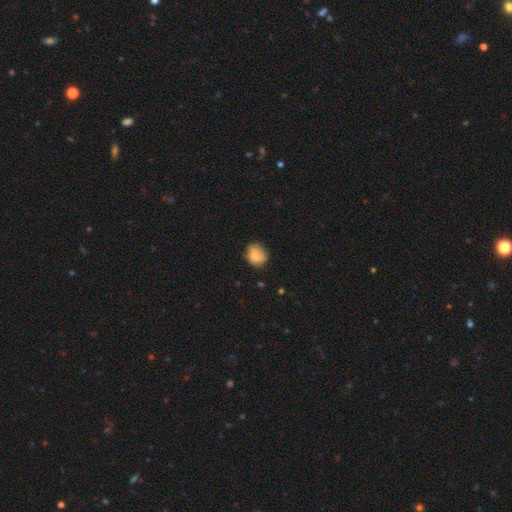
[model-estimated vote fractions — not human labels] Smooth or featured? smooth (80%)
How rounded? round (65%)
Merging? none (64%)